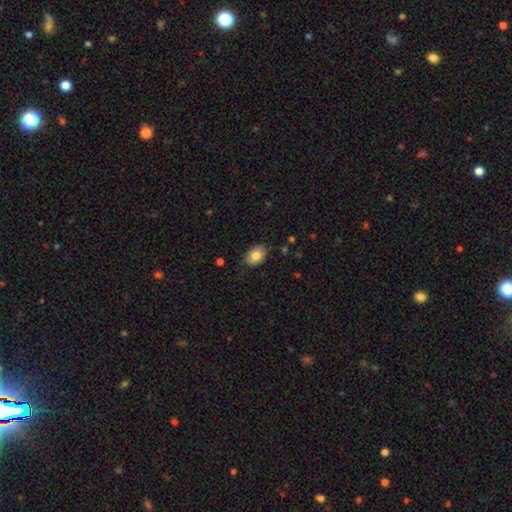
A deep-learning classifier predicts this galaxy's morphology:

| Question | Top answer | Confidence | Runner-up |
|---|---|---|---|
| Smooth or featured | smooth | 84% | featured or disk (9%) |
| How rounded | in between | 77% | round (22%) |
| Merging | none | 82% | minor disturbance (14%) |